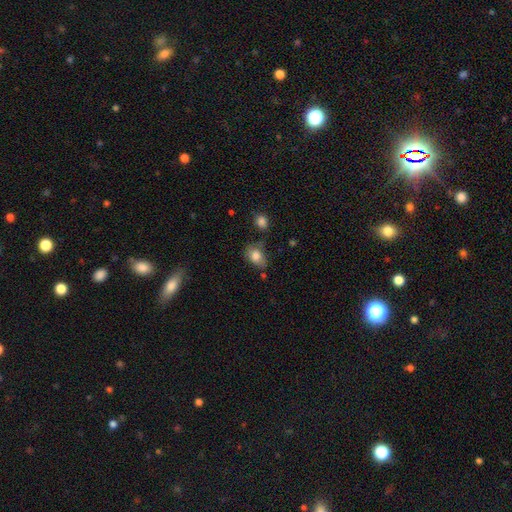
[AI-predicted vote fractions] Smooth or featured? Predicted: smooth (p=0.81). How rounded? Predicted: in between (p=0.75). Merging? Predicted: none (p=0.59).